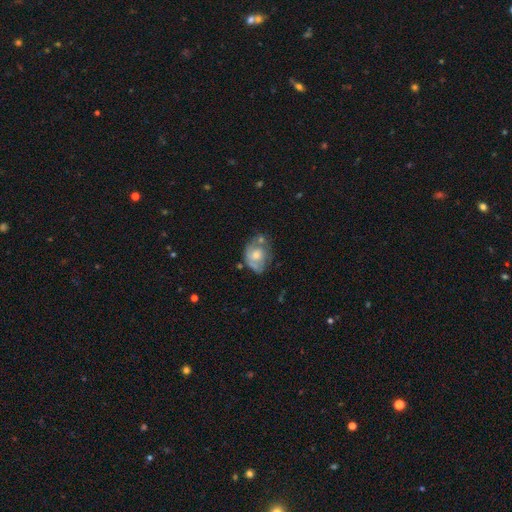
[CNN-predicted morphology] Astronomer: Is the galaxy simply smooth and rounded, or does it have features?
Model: featured or disk — 60%.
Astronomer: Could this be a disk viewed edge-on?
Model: no — 97%.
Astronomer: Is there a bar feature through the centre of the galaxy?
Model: no — 78%.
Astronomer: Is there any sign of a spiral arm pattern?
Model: yes — 66%.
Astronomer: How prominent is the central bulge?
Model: moderate — 58%.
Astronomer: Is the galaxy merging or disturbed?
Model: none — 43% (runner-up: minor disturbance, 28%).